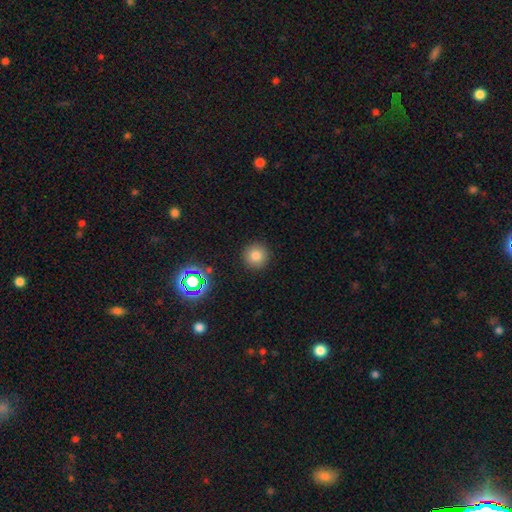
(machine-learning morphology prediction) Smooth or featured? smooth (78%)
How rounded? round (95%)
Merging? none (91%)